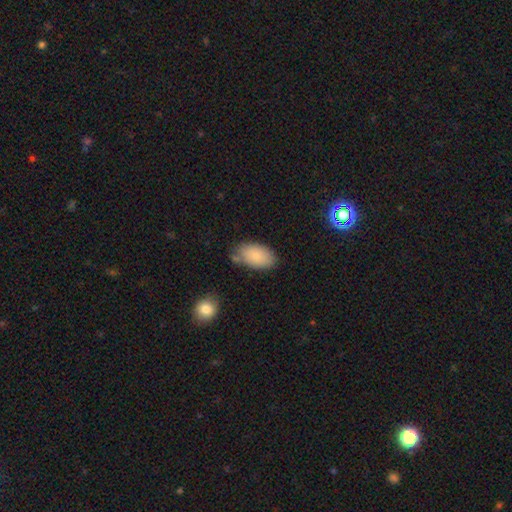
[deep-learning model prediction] Smooth or featured? Predicted: smooth (p=0.85). How rounded? Predicted: in between (p=0.94). Merging? Predicted: none (p=0.69).